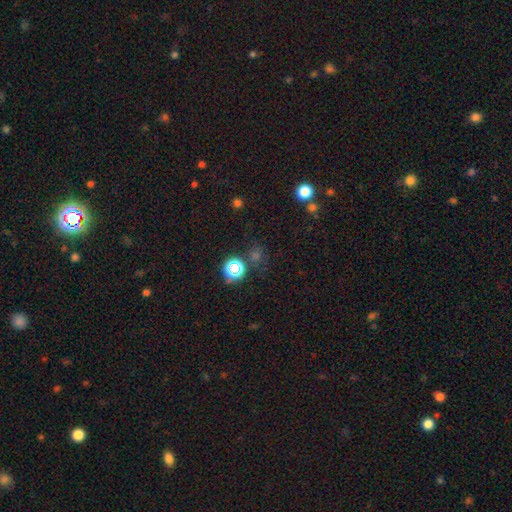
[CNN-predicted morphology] A star or artifact, not a galaxy (49%).

Vote fractions:
- Smooth or featured? star or artifact: 49% / smooth: 44% / featured or disk: 7%